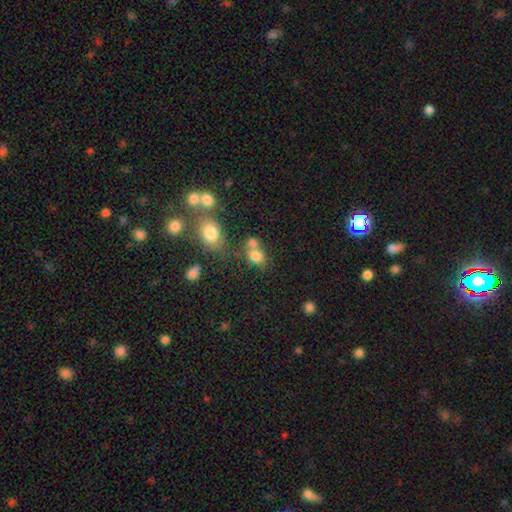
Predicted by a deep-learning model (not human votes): The model was most divided on "merging" (2-way tie): none: 41%, merger: 41%, minor disturbance: 11%, major disturbance: 6%. More confident: smooth or featured — smooth (78%); how rounded — round (50%).